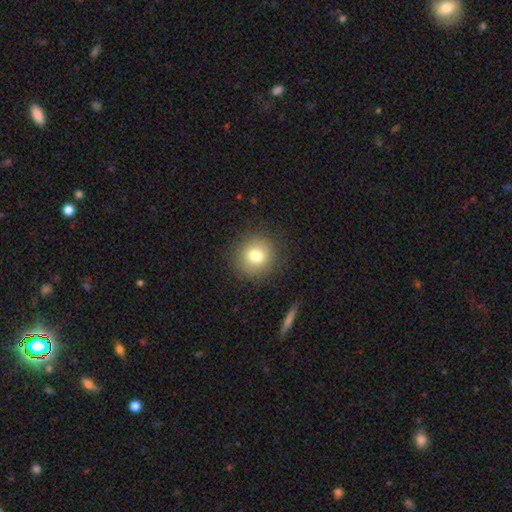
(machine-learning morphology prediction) smooth_or_featured: smooth (p=0.77) [alt: featured or disk p=0.12]
how_rounded: round (p=0.90) [alt: in between p=0.09]
merging: none (p=0.88) [alt: minor disturbance p=0.08]